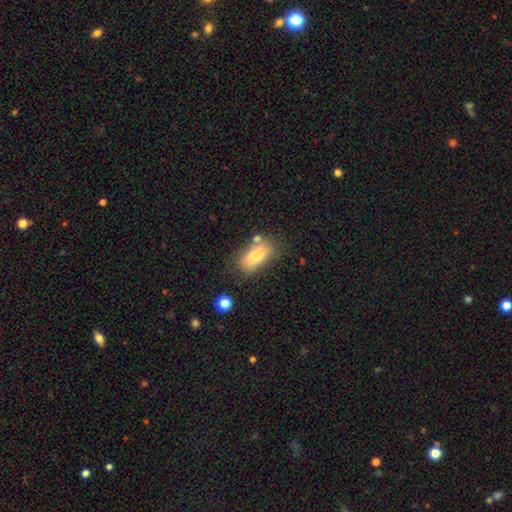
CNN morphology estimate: type=smooth (80%); roundness=in between (88%); merging=none (56%).